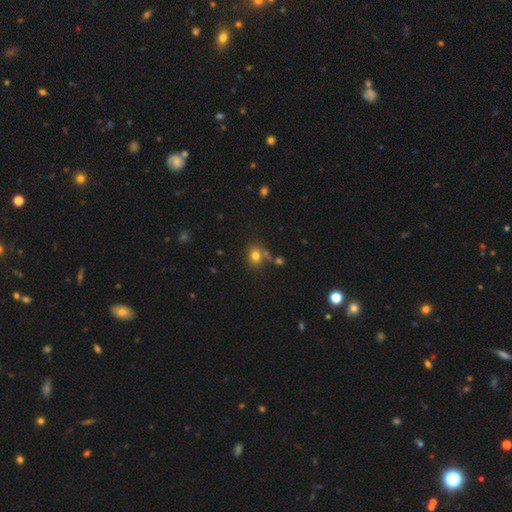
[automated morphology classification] smooth_or_featured: smooth (p=0.79) [alt: star or artifact p=0.13]
how_rounded: round (p=0.61) [alt: in between p=0.38]
merging: none (p=0.65) [alt: merger p=0.16]